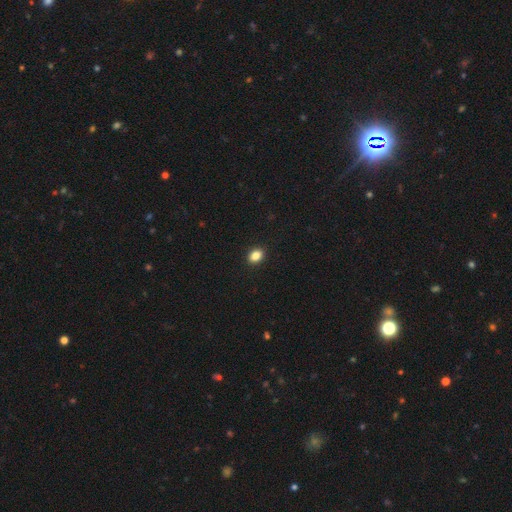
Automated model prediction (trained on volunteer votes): smooth 86%, star or artifact 10%, featured or disk 4%. Down the decision tree: how rounded — in between (68%); merging — none (92%).